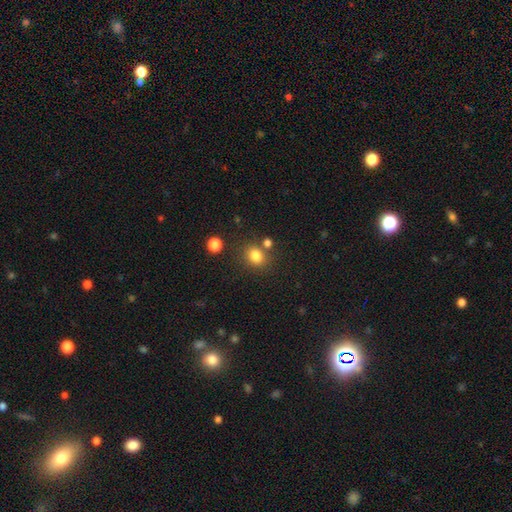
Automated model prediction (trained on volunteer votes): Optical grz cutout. It shows a smooth galaxy with no disk features (81%) that is round (59%). Merging: none (73%).